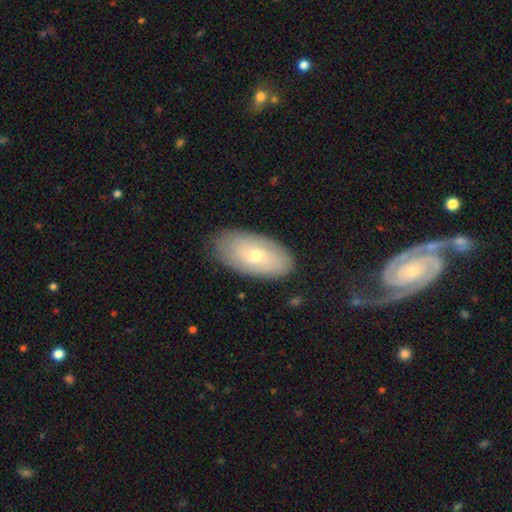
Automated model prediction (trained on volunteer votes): Morphology: type=smooth (56%); roundness=in between (93%); merging=none (83%).